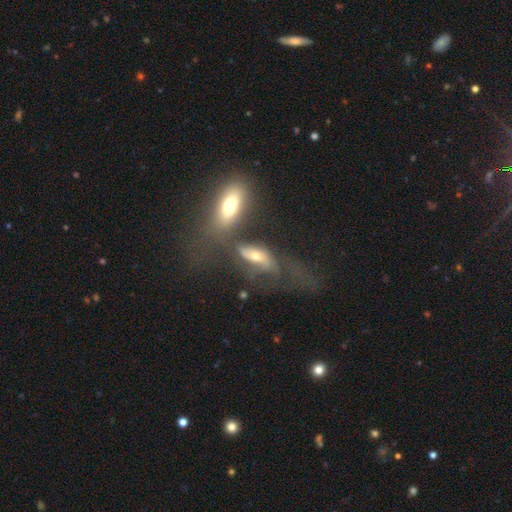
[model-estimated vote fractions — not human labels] Smooth or featured? Predicted: featured or disk (p=0.51). Edge-on disk? Predicted: no (p=0.70). Merging? Predicted: merger (p=0.37).